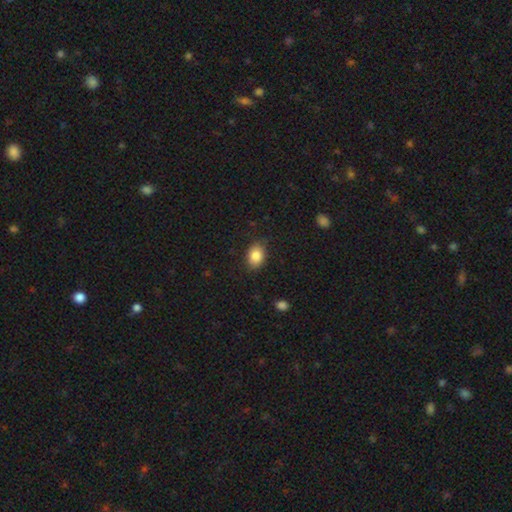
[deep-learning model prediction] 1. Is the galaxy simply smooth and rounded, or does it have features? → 85% smooth, 9% star or artifact, 6% featured or disk.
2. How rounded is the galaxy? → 68% in between, 31% round, 1% cigar-shaped.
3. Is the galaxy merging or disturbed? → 82% none, 14% minor disturbance, 3% major disturbance, 1% merger.